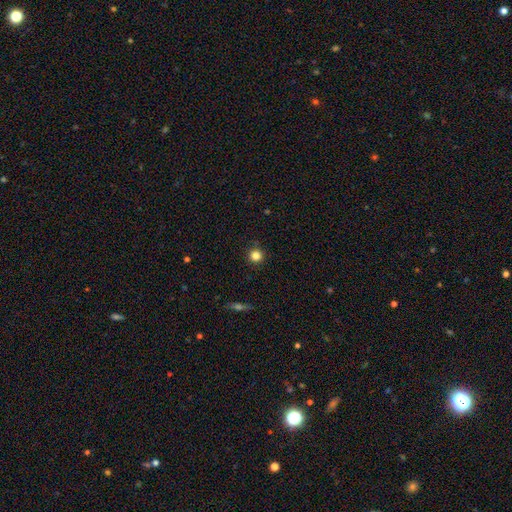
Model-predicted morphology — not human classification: A smooth galaxy with no disk features (83%) that is round (95%).

Vote fractions:
- Smooth or featured? smooth: 83% / star or artifact: 12% / featured or disk: 5%
- How rounded? round: 95% / in between: 4% / cigar-shaped: 1%
- Merging? none: 90% / minor disturbance: 7% / major disturbance: 2% / merger: 1%